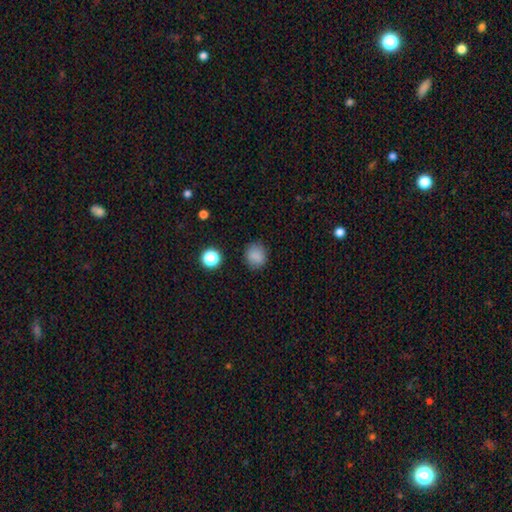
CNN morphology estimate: Smooth or featured? Predicted: smooth (p=0.84). How rounded? Predicted: round (p=0.79). Merging? Predicted: none (p=0.85).